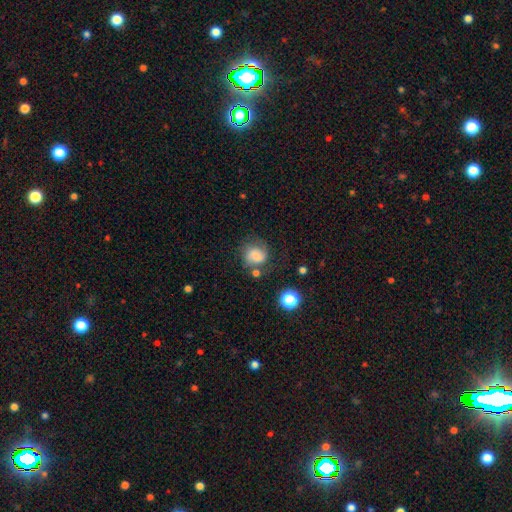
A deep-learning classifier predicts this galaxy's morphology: smooth 70%, featured or disk 18%, star or artifact 11%. Down the decision tree: how rounded — round (70%); merging — none (50%).